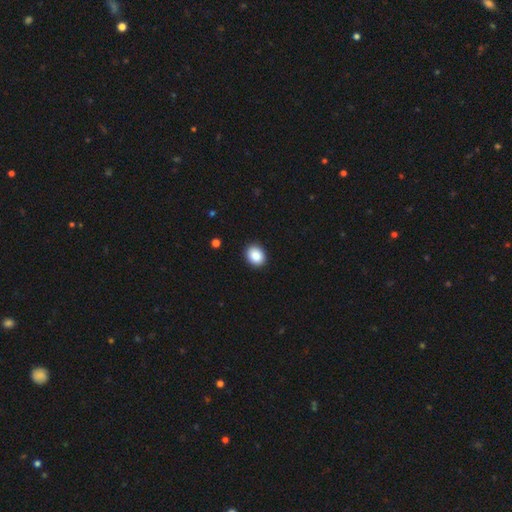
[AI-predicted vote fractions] Q: Smooth or featured?
A: smooth (88%); runner-up: star or artifact (8%)
Q: How rounded?
A: round (51%); runner-up: in between (48%)
Q: Merging?
A: none (91%); runner-up: minor disturbance (6%)